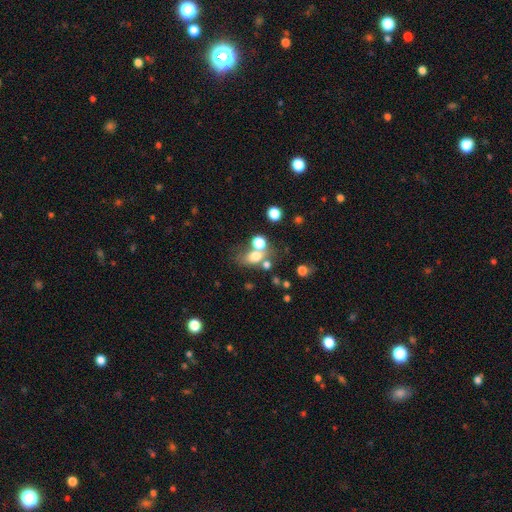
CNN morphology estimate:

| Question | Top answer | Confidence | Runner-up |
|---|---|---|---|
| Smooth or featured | smooth | 69% | star or artifact (16%) |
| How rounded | in between | 62% | round (35%) |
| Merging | none | 44% | merger (34%) |